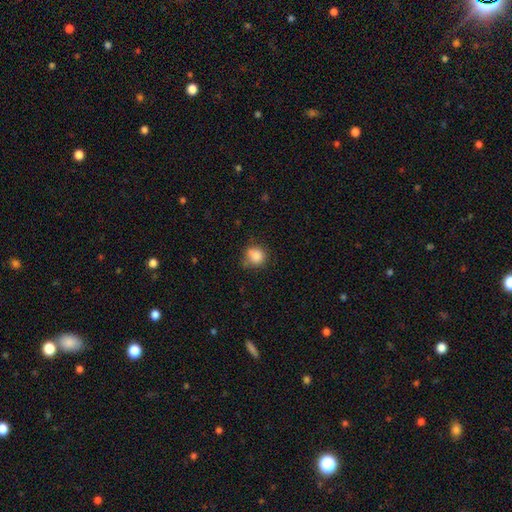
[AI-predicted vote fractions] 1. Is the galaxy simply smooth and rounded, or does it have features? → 85% smooth, 10% star or artifact, 5% featured or disk.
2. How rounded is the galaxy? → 82% round, 17% in between, 1% cigar-shaped.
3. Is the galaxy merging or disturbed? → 64% none, 25% minor disturbance, 6% major disturbance, 5% merger.